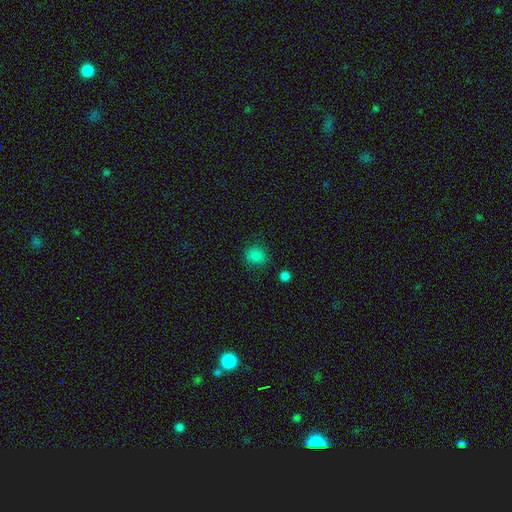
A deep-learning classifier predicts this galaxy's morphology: smooth 84%, star or artifact 13%, featured or disk 4%. Down the decision tree: how rounded — round (75%); merging — none (83%).